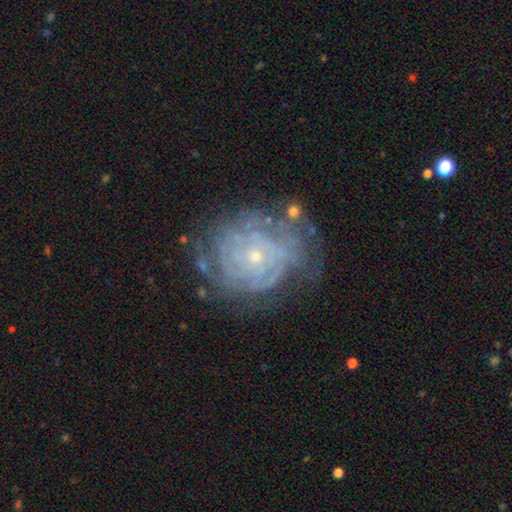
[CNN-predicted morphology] featured or disk 81%, smooth 11%, star or artifact 8%. Down the decision tree: edge-on disk — no (97%); bar — no (82%); spiral arms — yes (88%); spiral arm count — can't tell (51%); spiral winding — tight (79%); bulge size — small (78%); merging — none (63%).